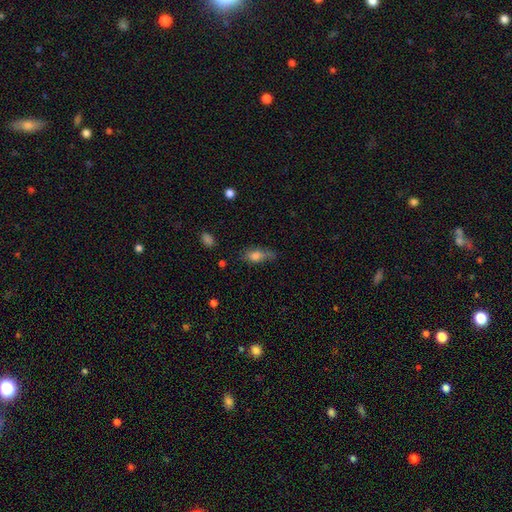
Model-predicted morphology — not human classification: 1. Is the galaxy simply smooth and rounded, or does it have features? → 76% smooth, 15% featured or disk, 9% star or artifact.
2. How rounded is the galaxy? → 80% in between, 12% cigar-shaped, 7% round.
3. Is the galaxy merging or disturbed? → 47% none, 33% minor disturbance, 14% major disturbance, 6% merger.